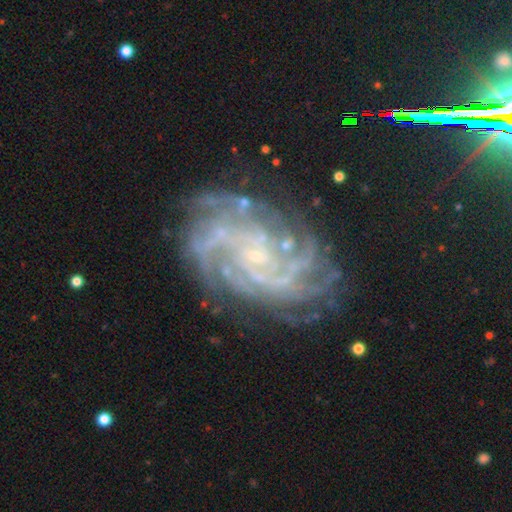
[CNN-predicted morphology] This appears to be a featured or disk galaxy (88%) with no bar (67%), more than 4 (24%) tight (64%) spiral arms (98%) and a small central bulge (85%). Merging: none (73%).